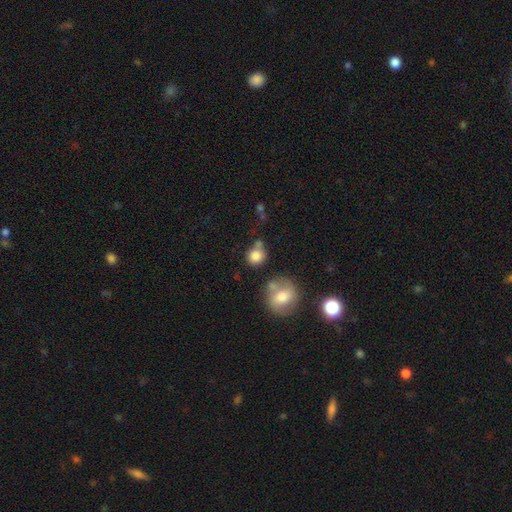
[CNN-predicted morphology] type=smooth (82%); roundness=round (81%); merging=none (58%).